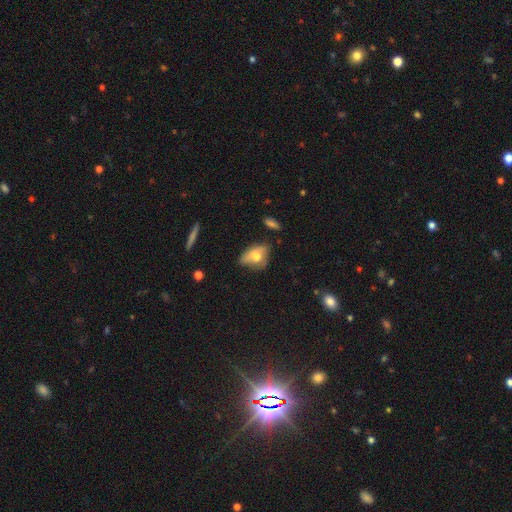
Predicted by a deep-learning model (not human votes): A smooth galaxy with no disk features (59%) that is in between round and cigar-shaped (79%).

Vote fractions:
- Smooth or featured? smooth: 59% / featured or disk: 31% / star or artifact: 10%
- How rounded? in between: 79% / round: 18% / cigar-shaped: 3%
- Merging? none: 37% / minor disturbance: 34% / major disturbance: 19% / merger: 10%